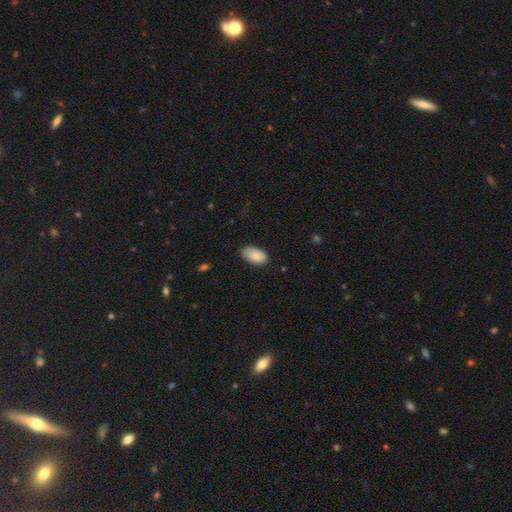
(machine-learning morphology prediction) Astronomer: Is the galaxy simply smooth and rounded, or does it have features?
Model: smooth — 85%.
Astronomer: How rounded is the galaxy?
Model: in between — 95%.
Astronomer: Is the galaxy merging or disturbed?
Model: none — 79%.